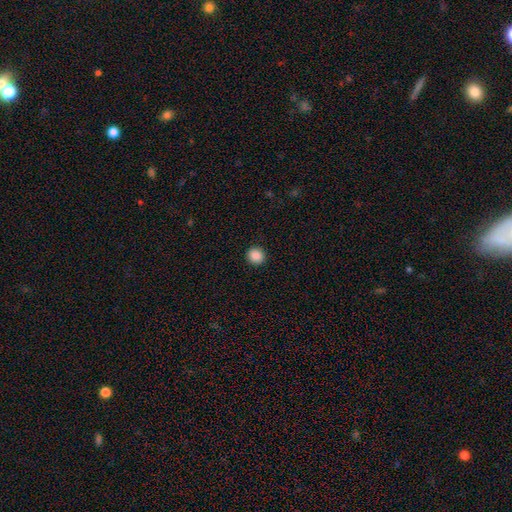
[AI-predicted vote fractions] smooth-or-featured: smooth: 88% | star or artifact: 9% | featured or disk: 2%
  how-rounded: round: 89% | in between: 10% | cigar-shaped: 1%
  merging: none: 92% | minor disturbance: 5% | major disturbance: 2% | merger: 1%